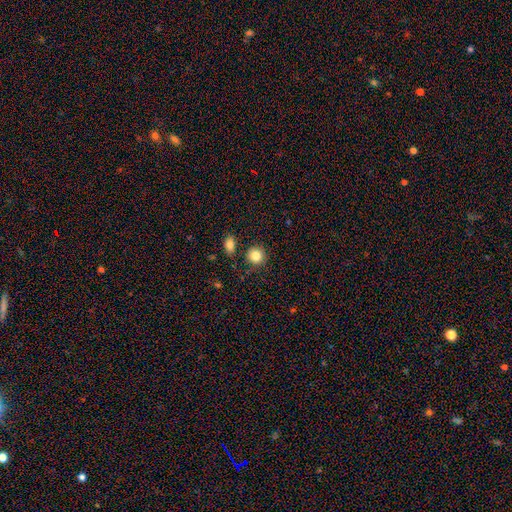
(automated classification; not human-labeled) A smooth galaxy with no disk features (85%) that is round (89%). Merging: none (82%).